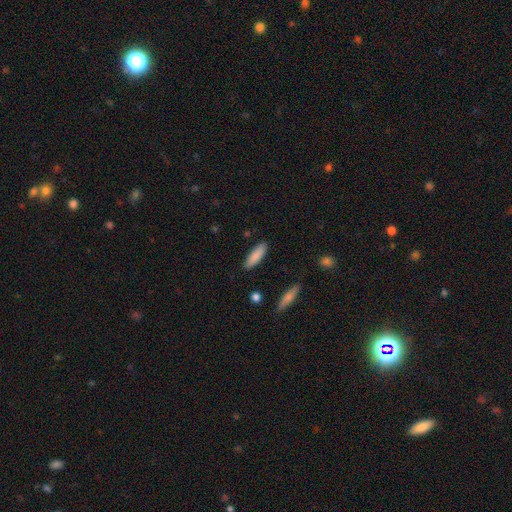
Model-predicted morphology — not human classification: Smooth or featured? Predicted: smooth (p=0.87). How rounded? Predicted: in between (p=0.51). Merging? Predicted: none (p=0.89).